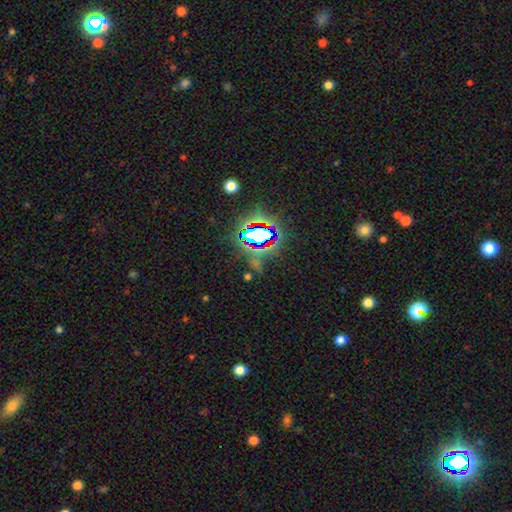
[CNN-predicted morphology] Smooth or featured?
  - star or artifact: 82% *
  - smooth: 10%
  - featured or disk: 7%